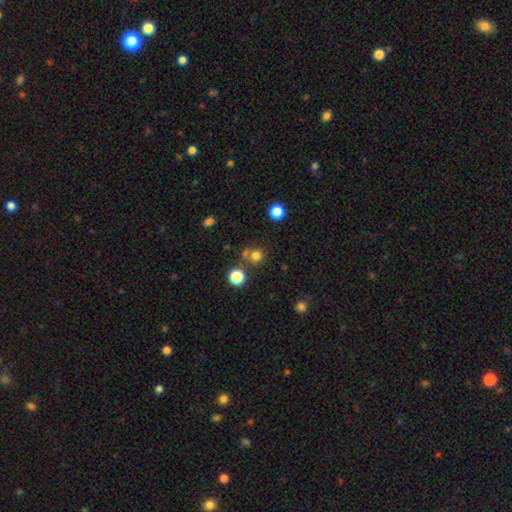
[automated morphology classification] Smooth or featured? Predicted: smooth (p=0.75). How rounded? Predicted: round (p=0.91). Merging? Predicted: none (p=0.70).